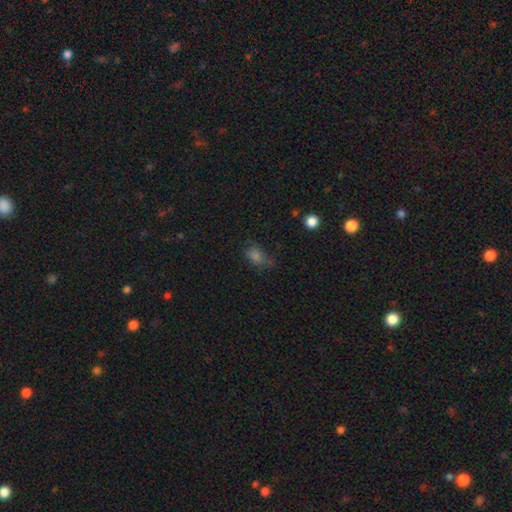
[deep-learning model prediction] Q: Smooth or featured?
A: smooth (67%); runner-up: star or artifact (20%)
Q: How rounded?
A: in between (71%); runner-up: round (25%)
Q: Merging?
A: none (47%); runner-up: minor disturbance (30%)